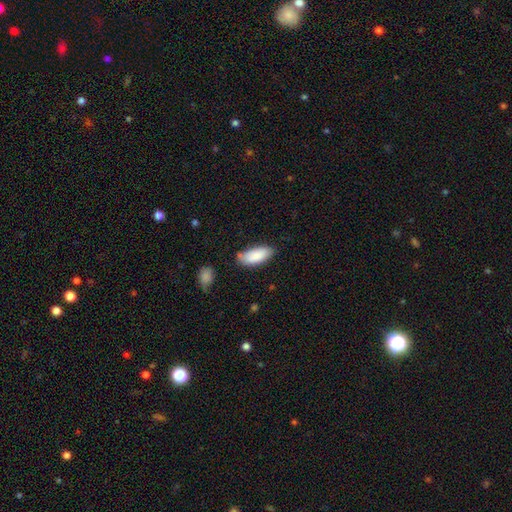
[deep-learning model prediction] This is clearly a smooth galaxy (88%). How rounded: clearly in between (84%). Merging: likely none (73%).